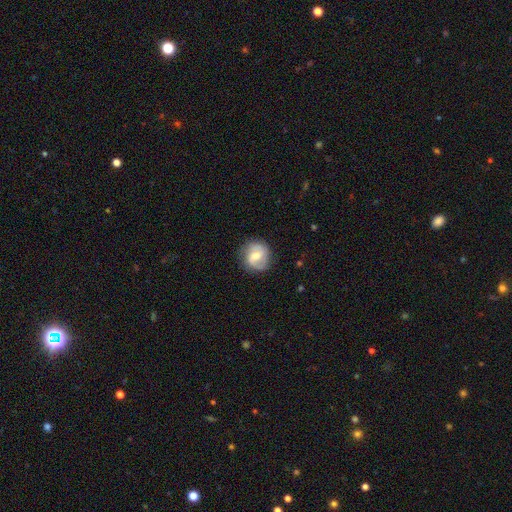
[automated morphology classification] This appears to be a featured or disk galaxy (65%) with a weak bar (53%), 2 (80%) medium (44%) spiral arms (87%) and a moderate central bulge (61%). Merging: none (79%).